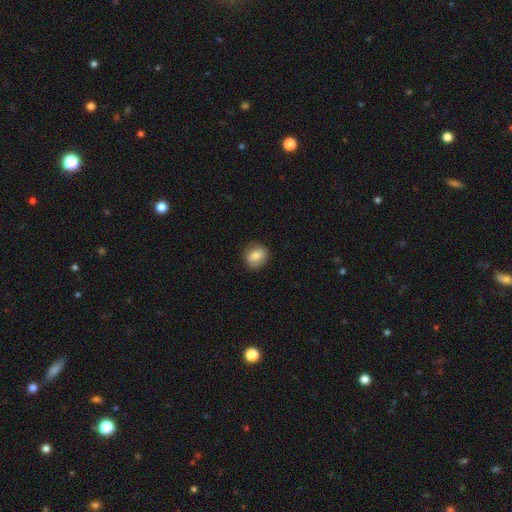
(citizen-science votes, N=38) Morphology: type=smooth (87%); roundness=round (70%); merging=none (84%).